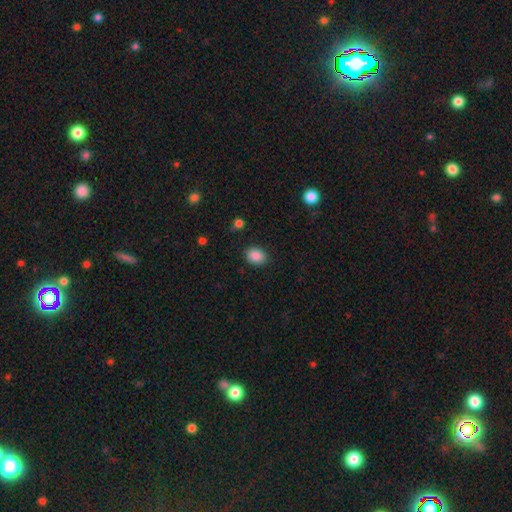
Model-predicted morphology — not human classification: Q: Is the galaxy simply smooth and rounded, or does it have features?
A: smooth — 88%.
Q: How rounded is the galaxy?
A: in between — 64%.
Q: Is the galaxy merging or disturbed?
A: none — 87%.